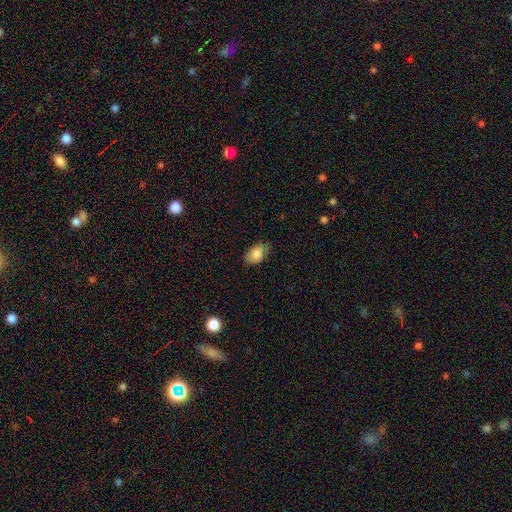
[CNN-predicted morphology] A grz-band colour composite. It shows a smooth galaxy with no disk features (84%) that is in between round and cigar-shaped (87%). Merging: none (71%).